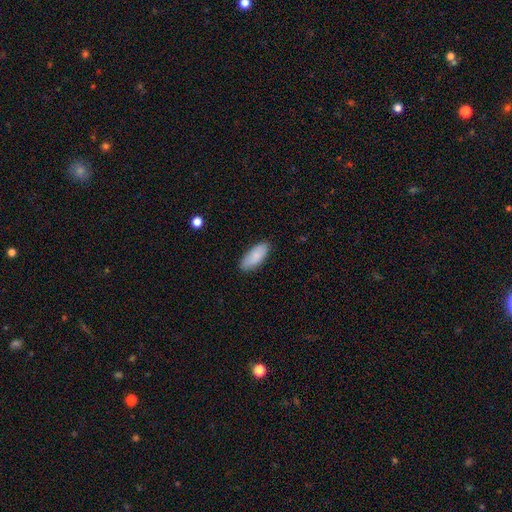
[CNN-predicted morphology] type=smooth (87%); roundness=in between (86%); merging=none (85%).